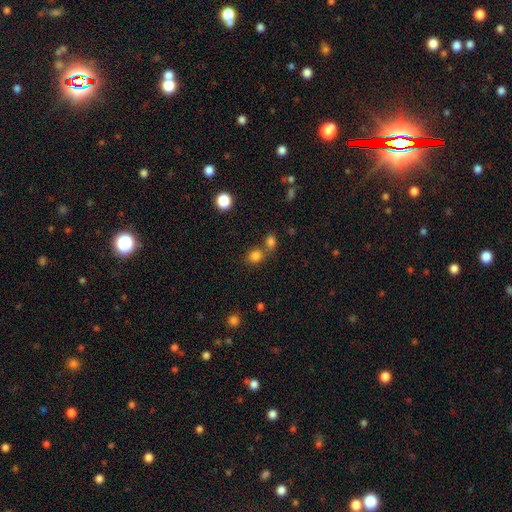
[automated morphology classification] A smooth galaxy with no disk features (81%) that is round (64%).

Vote fractions:
- Smooth or featured? smooth: 81% / star or artifact: 14% / featured or disk: 6%
- How rounded? round: 64% / in between: 35% / cigar-shaped: 1%
- Merging? none: 55% / merger: 34% / minor disturbance: 8% / major disturbance: 3%